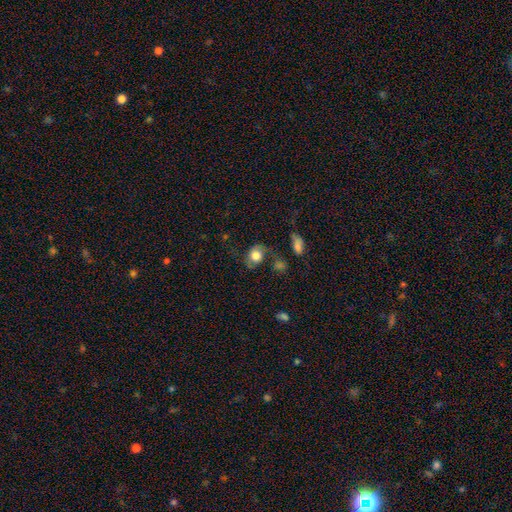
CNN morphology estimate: A smooth galaxy with no disk features (62%) that is round (50%). Merging: none (49%).